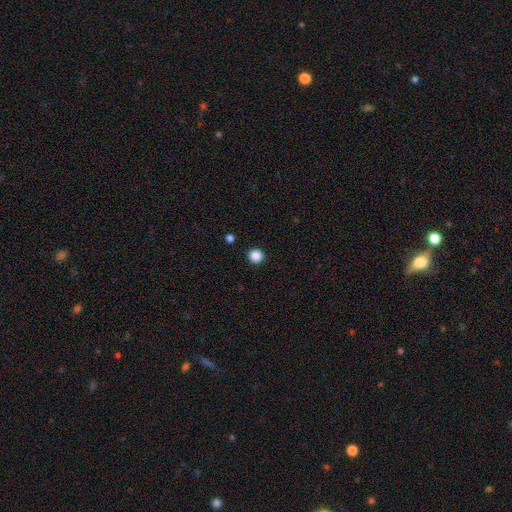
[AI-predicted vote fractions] Morphology: type=smooth (86%); roundness=round (94%); merging=none (93%).